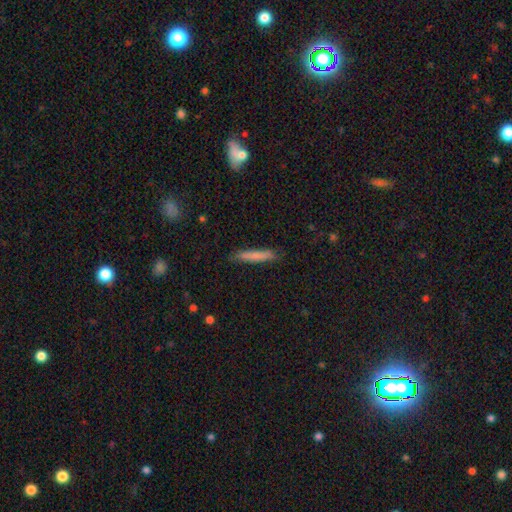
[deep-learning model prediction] Morphology: type=smooth (76%); roundness=cigar-shaped (94%); merging=none (85%).